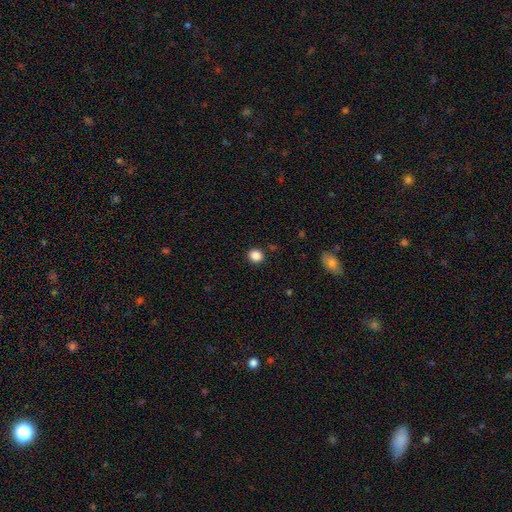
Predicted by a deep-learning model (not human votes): Smooth or featured: smooth — 86% (star or artifact — 11%)
How rounded: round — 84% (in between — 15%)
Merging: none — 90% (minor disturbance — 6%)